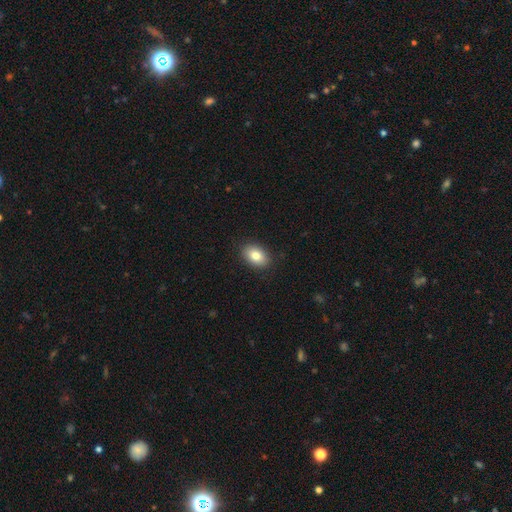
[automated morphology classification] This appears to be a smooth galaxy with no disk features (81%) that is in between round and cigar-shaped (83%). Merging: none (89%).